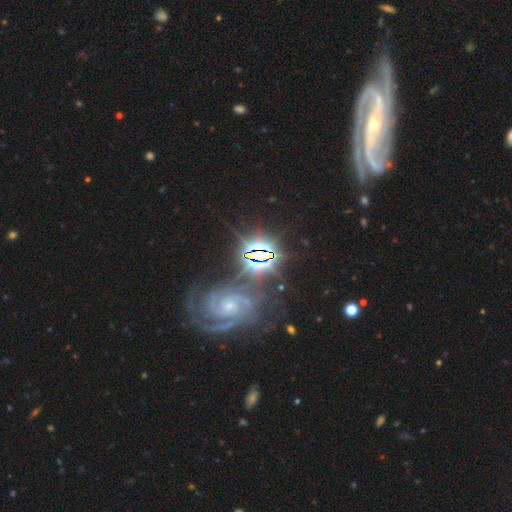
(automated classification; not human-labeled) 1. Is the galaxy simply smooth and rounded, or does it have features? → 45% featured or disk, 28% star or artifact, 27% smooth.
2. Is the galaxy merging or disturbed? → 58% none, 20% merger, 14% minor disturbance, 8% major disturbance.